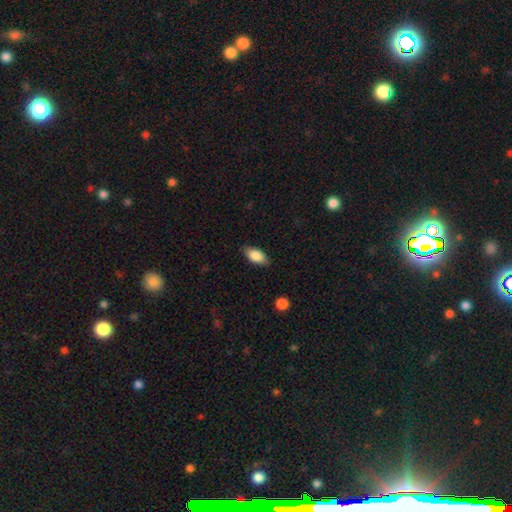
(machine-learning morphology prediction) This appears to be a smooth galaxy with no disk features (85%) that is in between round and cigar-shaped (91%). Merging: none (85%).